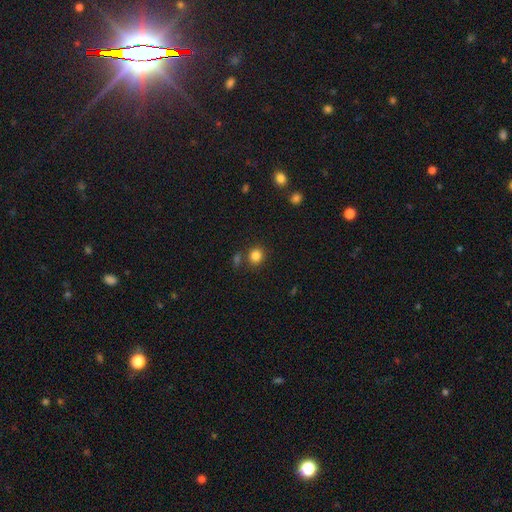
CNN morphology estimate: A smooth galaxy with no disk features (83%) that is round (83%). Merging: none (78%).